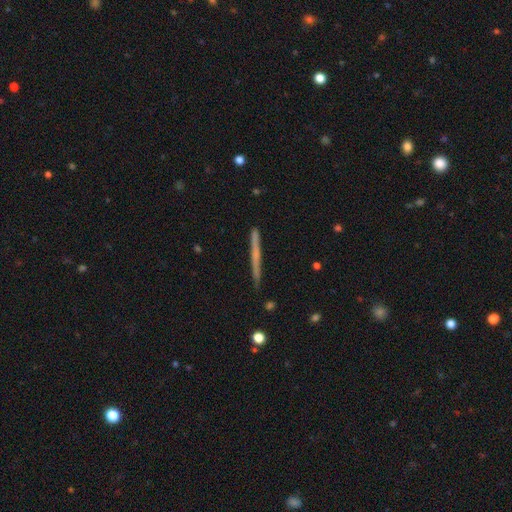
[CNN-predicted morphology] Overall: smooth (48%; featured or disk 46%). Merging: none (89%).